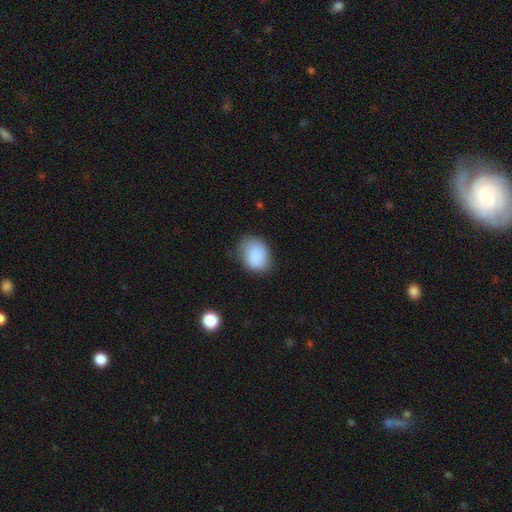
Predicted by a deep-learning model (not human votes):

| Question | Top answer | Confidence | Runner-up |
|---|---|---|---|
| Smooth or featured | smooth | 85% | featured or disk (8%) |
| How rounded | in between | 58% | round (41%) |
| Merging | none | 66% | minor disturbance (25%) |